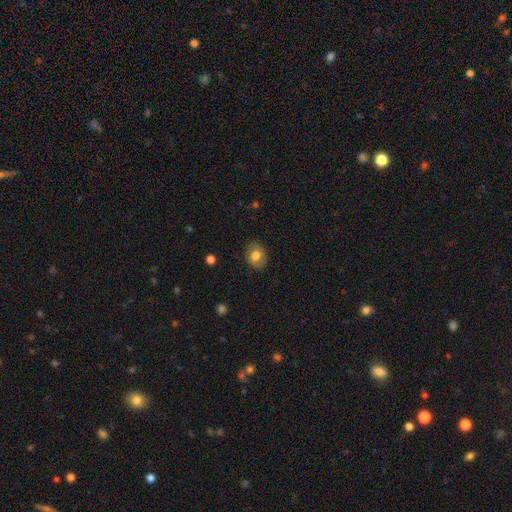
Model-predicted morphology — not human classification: smooth_or_featured: smooth (p=0.76) [alt: featured or disk p=0.16]
how_rounded: round (p=0.52) [alt: in between p=0.47]
merging: none (p=0.84) [alt: minor disturbance p=0.12]